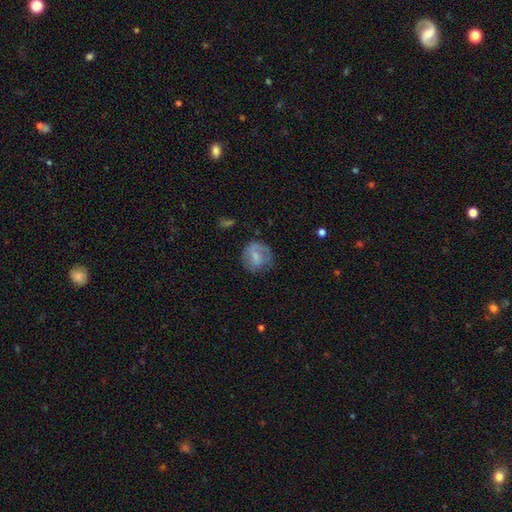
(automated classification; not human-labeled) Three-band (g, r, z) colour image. It shows a smooth galaxy with no disk features (56%) that is round (79%). Merging: none (61%).